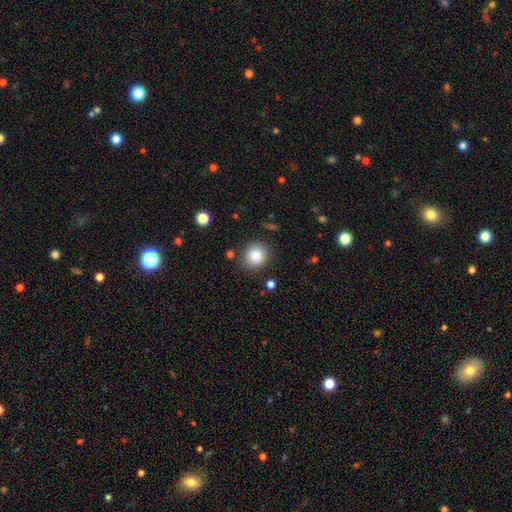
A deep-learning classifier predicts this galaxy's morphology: smooth-or-featured: smooth: 82% | star or artifact: 10% | featured or disk: 8%
  how-rounded: round: 86% | in between: 13% | cigar-shaped: 1%
  merging: none: 86% | minor disturbance: 9% | major disturbance: 3% | merger: 2%